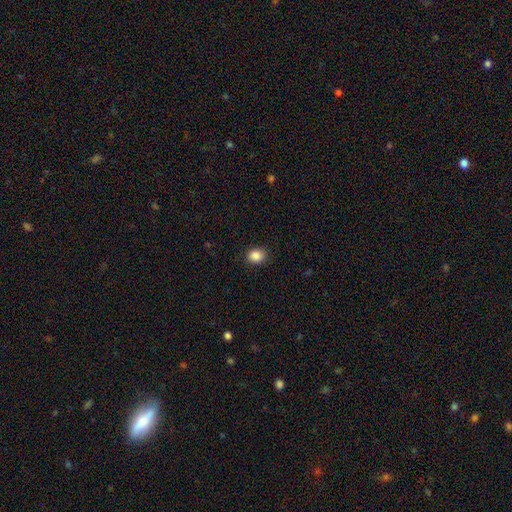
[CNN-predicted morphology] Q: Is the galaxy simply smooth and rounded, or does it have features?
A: smooth — 87%.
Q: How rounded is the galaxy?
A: round — 56%.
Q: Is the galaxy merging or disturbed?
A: none — 89%.